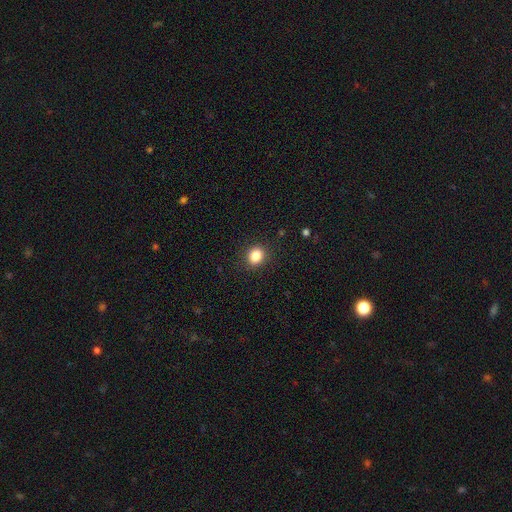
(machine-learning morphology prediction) Smooth or featured?
  - smooth: 85% *
  - star or artifact: 10%
  - featured or disk: 5%
How rounded?
  - round: 61% *
  - in between: 38%
  - cigar-shaped: 1%
Merging?
  - none: 89% *
  - minor disturbance: 8%
  - major disturbance: 2%
  - merger: 1%